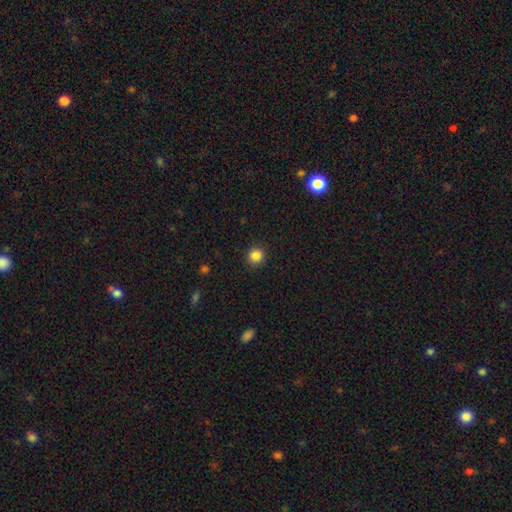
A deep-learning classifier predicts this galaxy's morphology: Smooth or featured: smooth — 85% (star or artifact — 11%)
How rounded: round — 90% (in between — 9%)
Merging: none — 91% (minor disturbance — 6%)